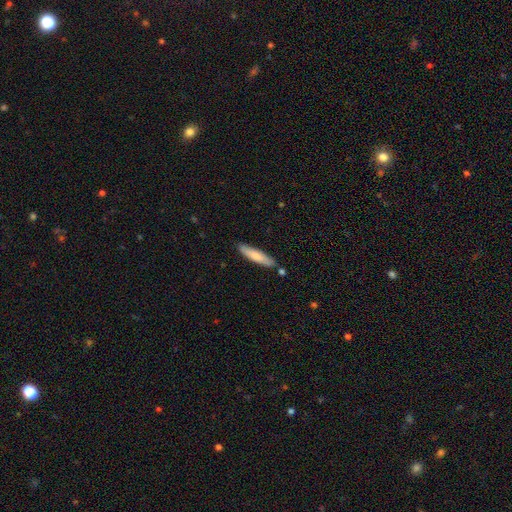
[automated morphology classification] This appears to be a smooth galaxy with no disk features (75%) that is cigar-shaped (83%). Merging: none (83%).